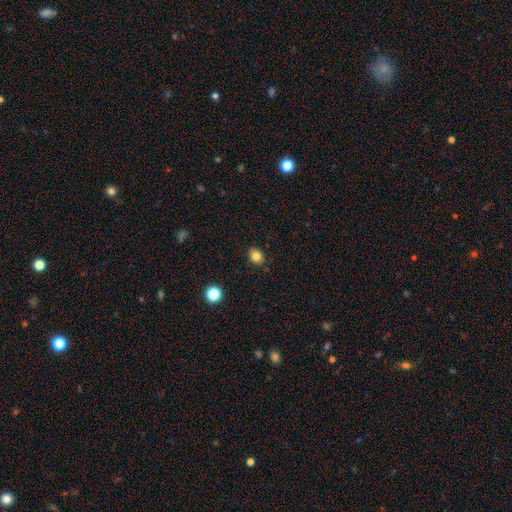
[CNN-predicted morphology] Q: Smooth or featured?
A: smooth (81%); runner-up: star or artifact (11%)
Q: How rounded?
A: round (53%); runner-up: in between (46%)
Q: Merging?
A: none (87%); runner-up: minor disturbance (9%)